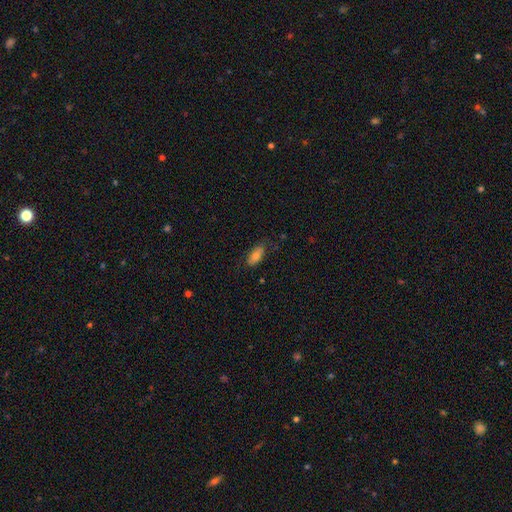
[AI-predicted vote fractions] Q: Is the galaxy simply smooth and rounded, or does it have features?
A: smooth — 78%.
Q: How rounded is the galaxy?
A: in between — 86%.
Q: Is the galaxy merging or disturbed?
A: none — 73%.